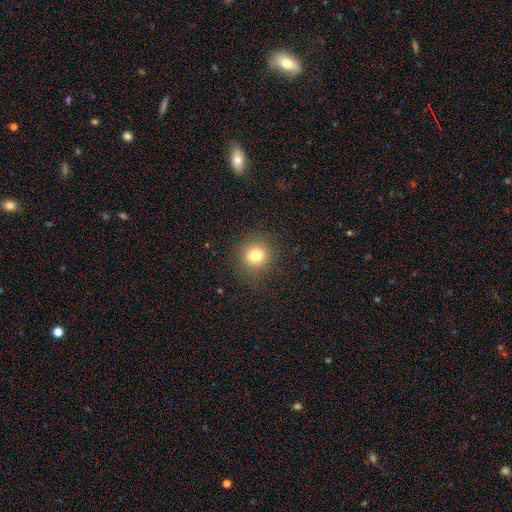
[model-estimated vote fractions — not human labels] smooth_or_featured: smooth (p=0.77) [alt: star or artifact p=0.14]
how_rounded: round (p=0.88) [alt: in between p=0.11]
merging: none (p=0.87) [alt: minor disturbance p=0.08]